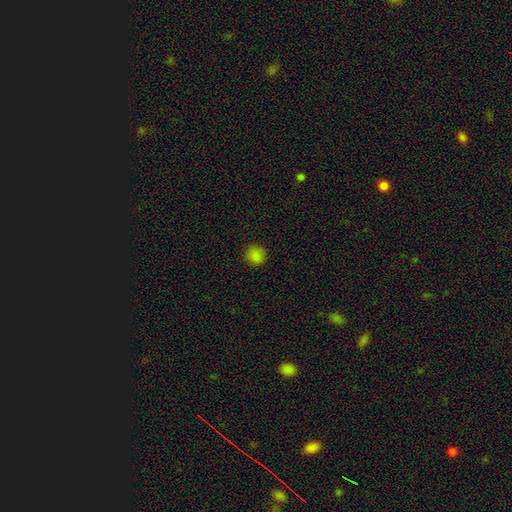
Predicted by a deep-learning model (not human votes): Q: Smooth or featured?
A: smooth (83%); runner-up: star or artifact (14%)
Q: How rounded?
A: round (92%); runner-up: in between (7%)
Q: Merging?
A: none (90%); runner-up: minor disturbance (7%)